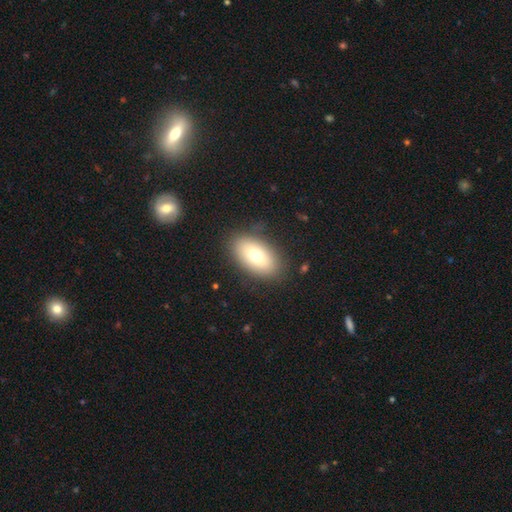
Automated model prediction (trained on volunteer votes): This is likely a smooth galaxy (73%). How rounded: clearly in between (92%). Merging: clearly none (85%).